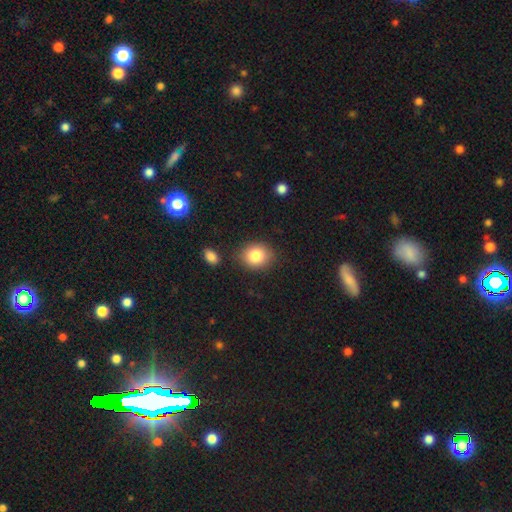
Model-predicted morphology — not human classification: Smooth or featured? smooth (83%)
How rounded? round (62%)
Merging? none (83%)